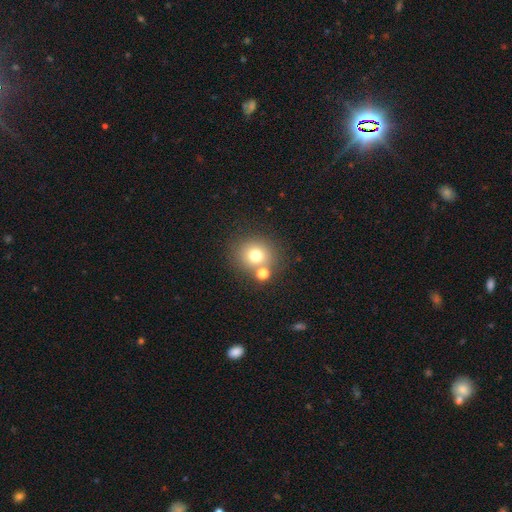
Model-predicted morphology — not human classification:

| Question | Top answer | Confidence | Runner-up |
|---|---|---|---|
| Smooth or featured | smooth | 73% | star or artifact (15%) |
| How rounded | round | 86% | in between (13%) |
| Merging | none | 69% | merger (19%) |